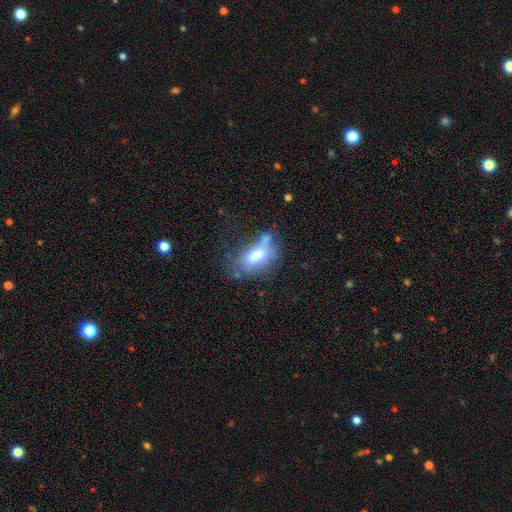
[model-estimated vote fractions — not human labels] A smooth galaxy with no disk features (67%) that is in between round and cigar-shaped (89%). Merging: none (40%).